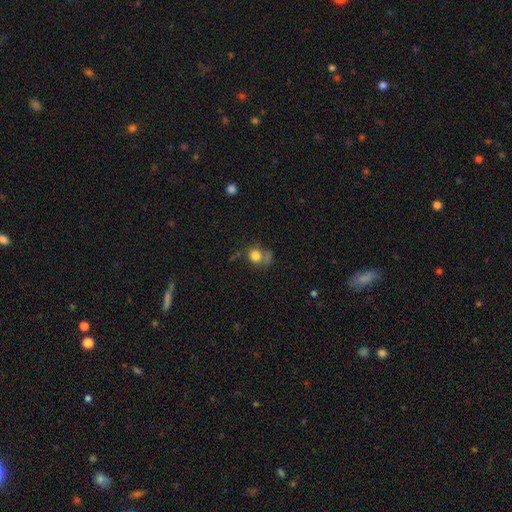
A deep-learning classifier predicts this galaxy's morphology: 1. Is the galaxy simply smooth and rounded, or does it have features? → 77% smooth, 11% featured or disk, 11% star or artifact.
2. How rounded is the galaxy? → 74% round, 25% in between, 1% cigar-shaped.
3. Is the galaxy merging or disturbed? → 43% none, 22% minor disturbance, 21% major disturbance, 15% merger.